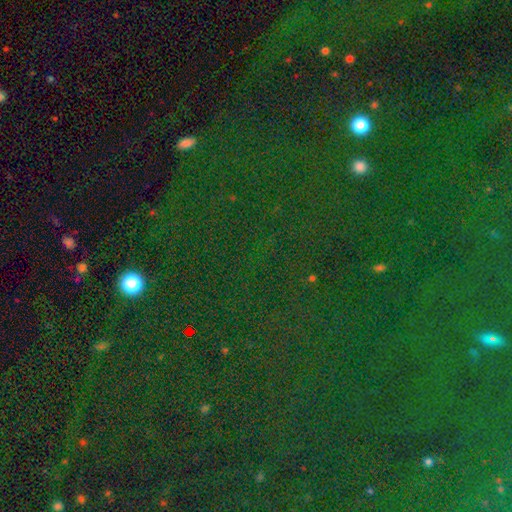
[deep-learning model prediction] Smooth or featured? Predicted: star or artifact (p=0.78).